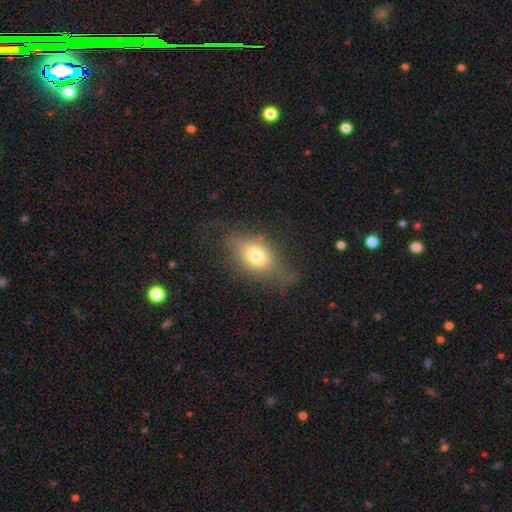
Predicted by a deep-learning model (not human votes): A smooth galaxy with no disk features (64%) that is in between round and cigar-shaped (69%).

Vote fractions:
- Smooth or featured? smooth: 64% / featured or disk: 25% / star or artifact: 11%
- How rounded? in between: 69% / round: 25% / cigar-shaped: 6%
- Merging? none: 50% / minor disturbance: 26% / major disturbance: 21% / merger: 2%